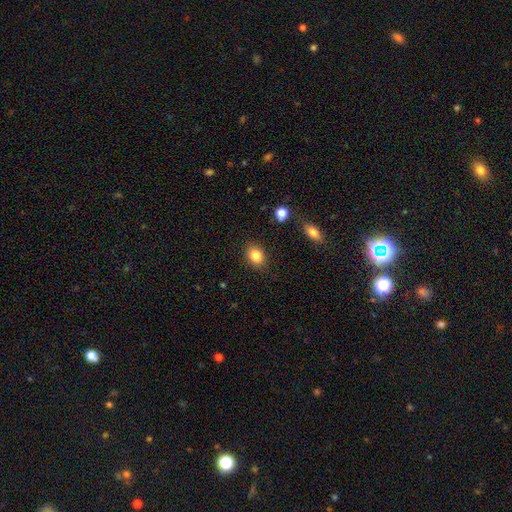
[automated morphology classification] Q: Smooth or featured?
A: smooth (84%); runner-up: star or artifact (9%)
Q: How rounded?
A: in between (56%); runner-up: round (42%)
Q: Merging?
A: none (88%); runner-up: minor disturbance (9%)